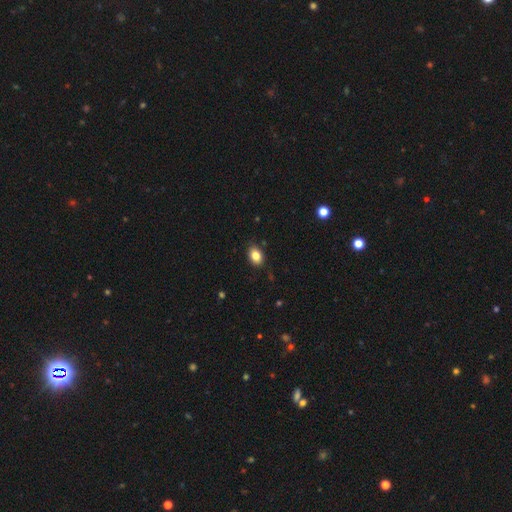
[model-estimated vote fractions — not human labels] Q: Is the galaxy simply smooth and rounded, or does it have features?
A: smooth — 84%.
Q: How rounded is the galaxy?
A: in between — 79%.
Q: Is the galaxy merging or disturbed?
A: none — 85%.